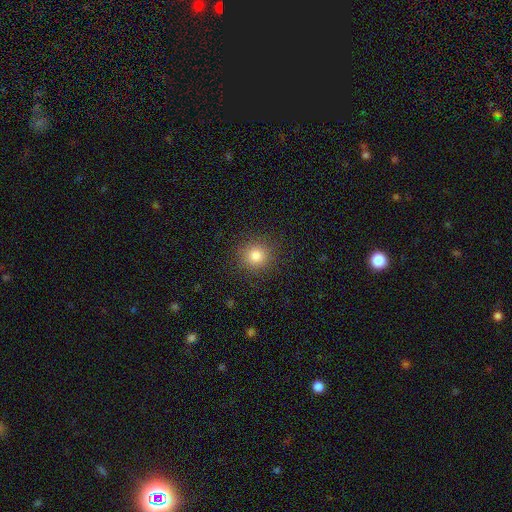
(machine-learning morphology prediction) Smooth or featured? smooth (81%)
How rounded? round (92%)
Merging? none (89%)